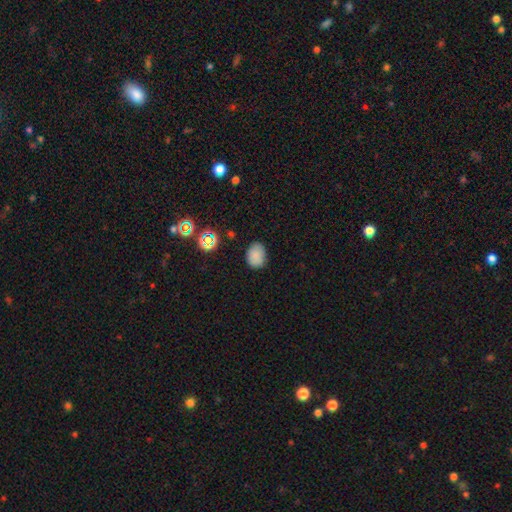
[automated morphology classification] smooth 81%, star or artifact 13%, featured or disk 6%. Down the decision tree: how rounded — in between (62%); merging — none (81%).